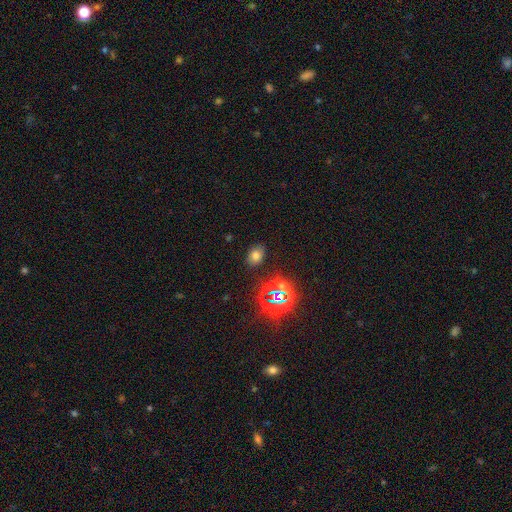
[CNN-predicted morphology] Smooth or featured: smooth — 65% (star or artifact — 25%)
How rounded: in between — 74% (round — 25%)
Merging: none — 84% (minor disturbance — 11%)